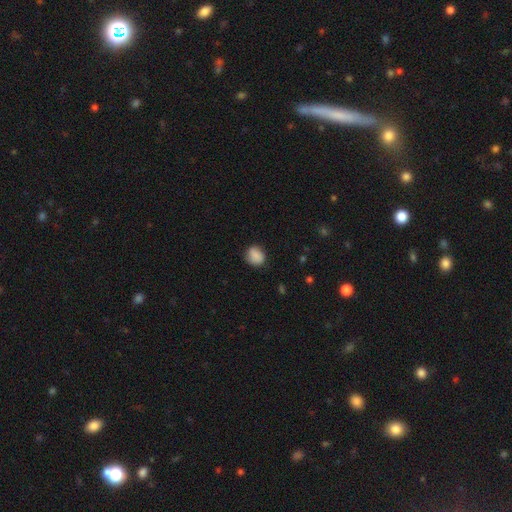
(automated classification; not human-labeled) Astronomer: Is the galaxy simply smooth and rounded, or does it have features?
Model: smooth — 83%.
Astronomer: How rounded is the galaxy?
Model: round — 66%.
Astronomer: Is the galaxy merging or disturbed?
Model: none — 72%.